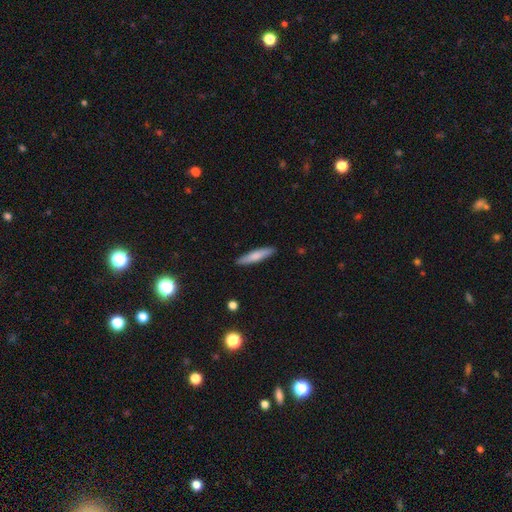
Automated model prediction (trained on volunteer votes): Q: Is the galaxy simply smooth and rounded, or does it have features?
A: smooth — 72%.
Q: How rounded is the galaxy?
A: cigar-shaped — 87%.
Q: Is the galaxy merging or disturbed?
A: none — 90%.